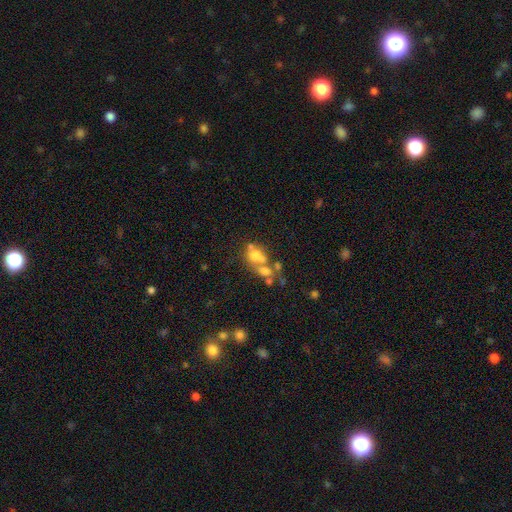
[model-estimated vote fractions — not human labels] Smooth or featured? smooth (52%)
How rounded? in between (65%)
Merging? merger (53%)